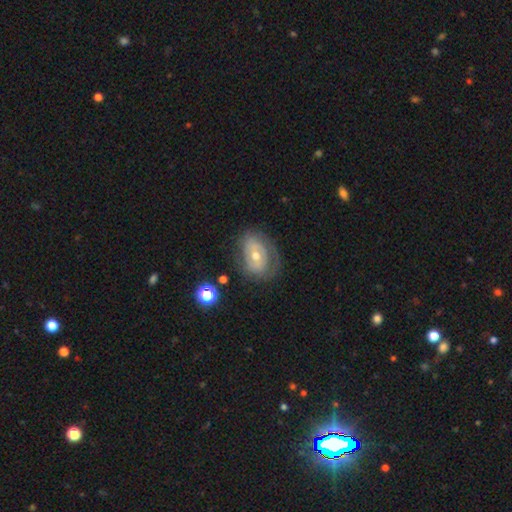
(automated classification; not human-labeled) Morphology: type=featured or disk (66%); edge-on=no (95%); bar=no (66%); spiral arms=yes (60%); bulge=moderate (58%); merging=none (62%).